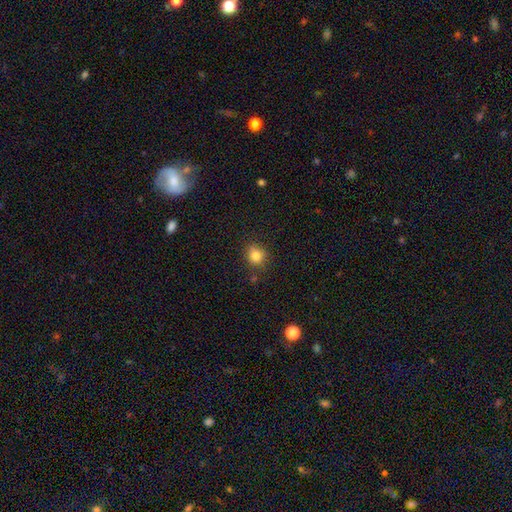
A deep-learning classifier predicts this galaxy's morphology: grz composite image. It shows a smooth galaxy with no disk features (83%) that is round (82%). Merging: none (78%).